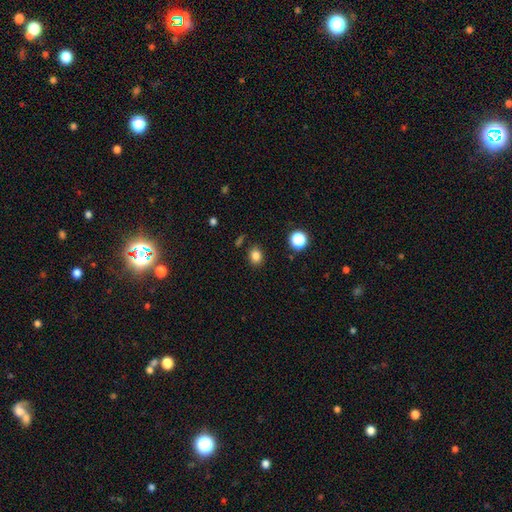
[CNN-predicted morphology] A smooth galaxy with no disk features (82%) that is round (61%). Merging: none (84%).